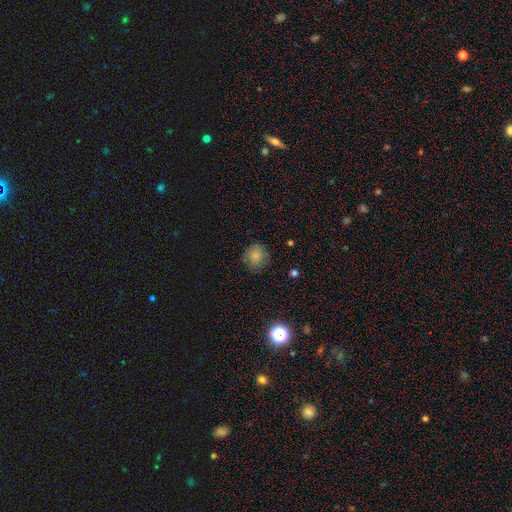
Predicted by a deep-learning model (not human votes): Smooth or featured? smooth (79%)
How rounded? round (85%)
Merging? none (75%)